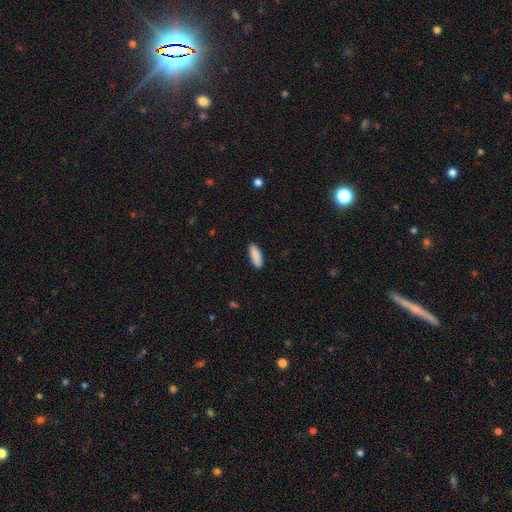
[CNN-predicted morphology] Smooth or featured? Predicted: smooth (p=0.90). How rounded? Predicted: in between (p=0.66). Merging? Predicted: none (p=0.88).